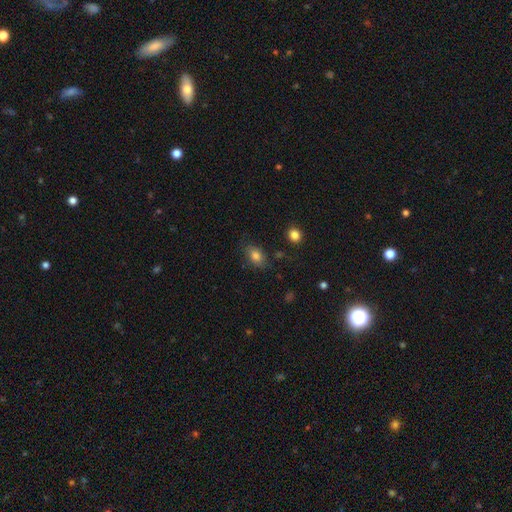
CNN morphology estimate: type=smooth (82%); roundness=in between (79%); merging=none (76%).